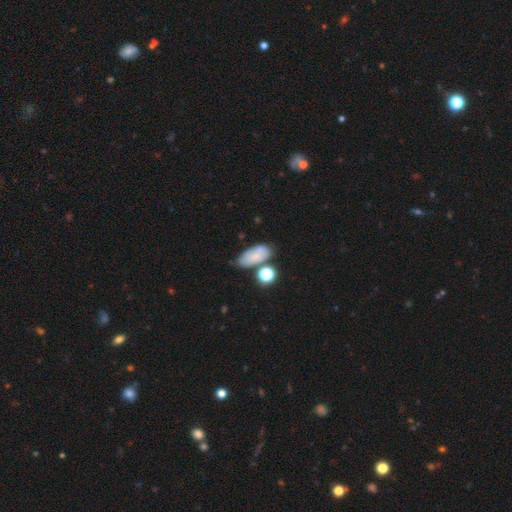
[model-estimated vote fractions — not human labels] Smooth or featured?
  - smooth: 68% *
  - featured or disk: 20%
  - star or artifact: 12%
How rounded?
  - in between: 85% *
  - round: 8%
  - cigar-shaped: 7%
Merging?
  - none: 51% *
  - minor disturbance: 23%
  - merger: 18%
  - major disturbance: 8%